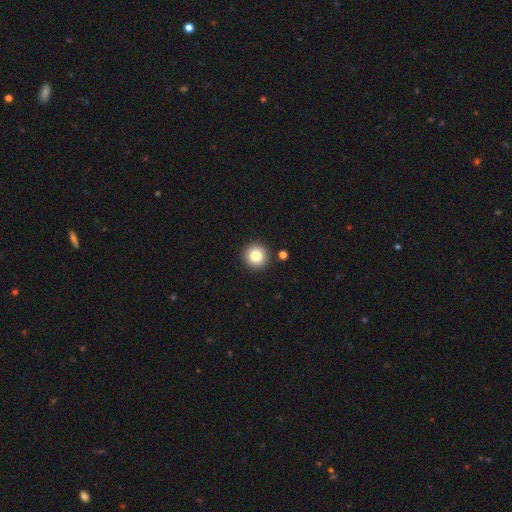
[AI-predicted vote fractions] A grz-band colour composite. It shows a smooth galaxy with no disk features (83%) that is round (95%). Merging: none (90%).